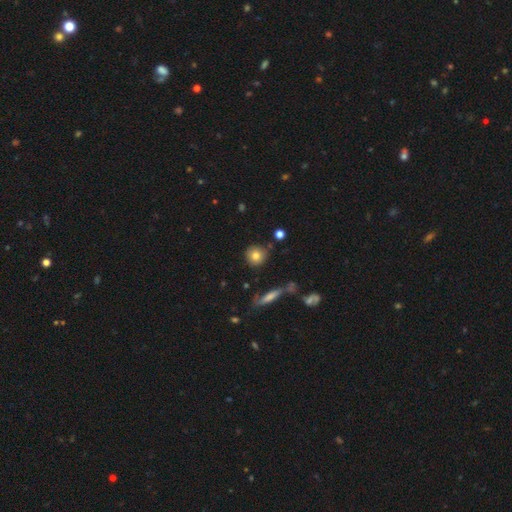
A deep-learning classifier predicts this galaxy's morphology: A smooth galaxy with no disk features (80%) that is round (89%).

Vote fractions:
- Smooth or featured? smooth: 80% / featured or disk: 11% / star or artifact: 10%
- How rounded? round: 89% / in between: 9% / cigar-shaped: 2%
- Merging? none: 80% / minor disturbance: 12% / merger: 5% / major disturbance: 4%